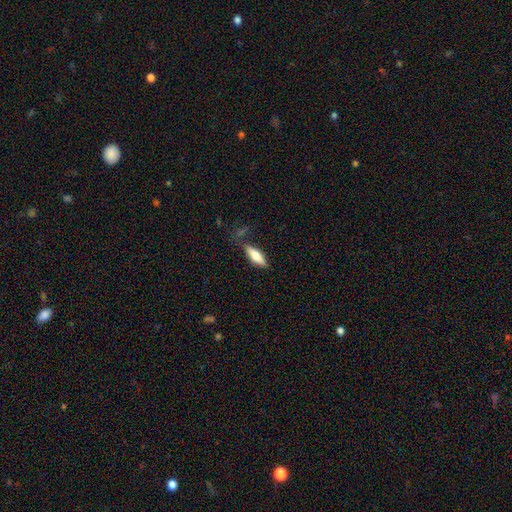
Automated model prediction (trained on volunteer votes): Morphology: type=smooth (65%); roundness=cigar-shaped (54%); merging=none (72%).